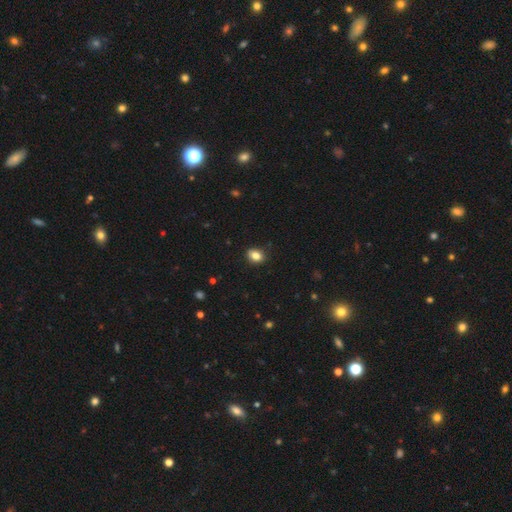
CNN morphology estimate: type=smooth (83%); roundness=in between (62%); merging=none (84%).